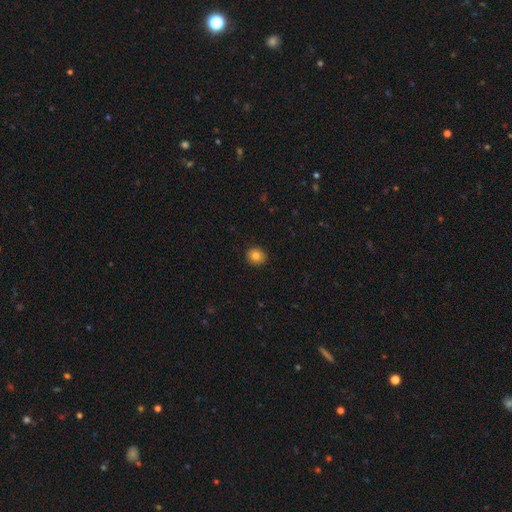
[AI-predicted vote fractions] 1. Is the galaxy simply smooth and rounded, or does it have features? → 84% smooth, 10% star or artifact, 6% featured or disk.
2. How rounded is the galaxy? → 80% round, 20% in between, 1% cigar-shaped.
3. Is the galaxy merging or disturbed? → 91% none, 7% minor disturbance, 2% major disturbance, 1% merger.